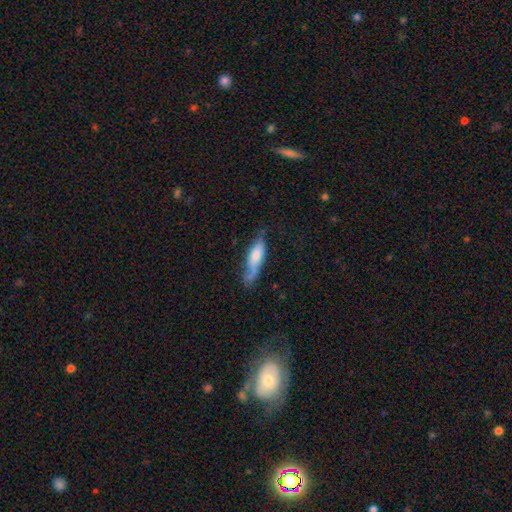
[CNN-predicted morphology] Q: Smooth or featured?
A: smooth (63%); runner-up: featured or disk (30%)
Q: How rounded?
A: cigar-shaped (58%); runner-up: in between (40%)
Q: Merging?
A: none (50%); runner-up: minor disturbance (30%)